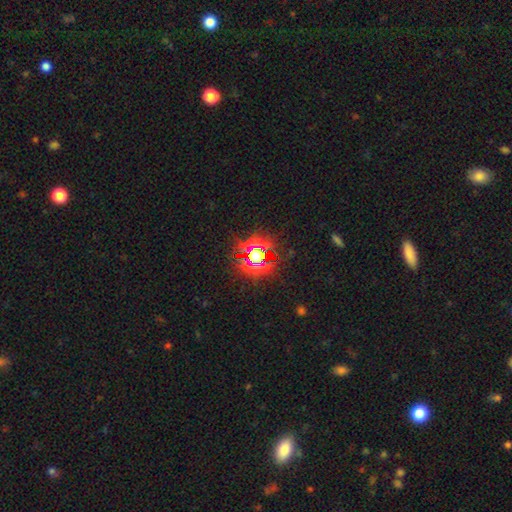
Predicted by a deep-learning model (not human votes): Smooth or featured?
  - star or artifact: 74% *
  - smooth: 15%
  - featured or disk: 10%